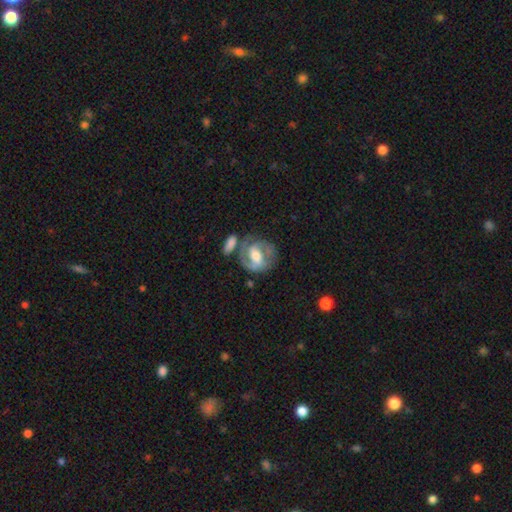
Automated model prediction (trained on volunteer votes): Smooth or featured?
  - featured or disk: 73% *
  - smooth: 21%
  - star or artifact: 6%
Edge-on disk?
  - no: 96% *
  - yes: 4%
Bar?
  - weak: 43% *
  - strong: 34%
  - no: 23%
Spiral arms?
  - yes: 81% *
  - no: 19%
Spiral winding?
  - medium: 46% *
  - tight: 40%
  - loose: 14%
Spiral arm count?
  - 2: 77% *
  - can't tell: 12%
  - 1: 6%
  - 3: 3%
  - 4: 1%
  - more than 4: 1%
Bulge size?
  - moderate: 65% *
  - small: 16%
  - large: 16%
  - none: 2%
  - dominant: 1%
Merging?
  - none: 58% *
  - minor disturbance: 17%
  - merger: 16%
  - major disturbance: 9%